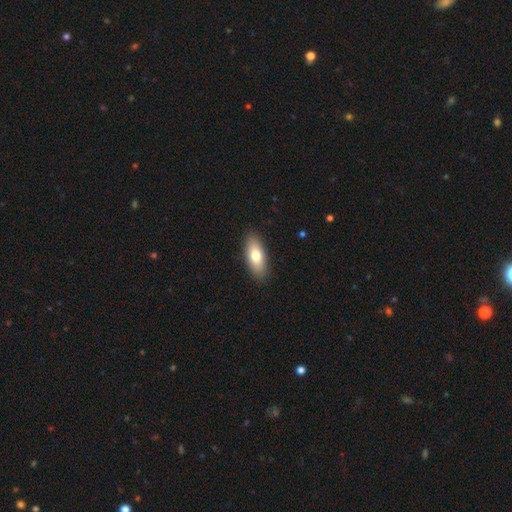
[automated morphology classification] smooth-or-featured: smooth: 74% | featured or disk: 20% | star or artifact: 6%
  how-rounded: in between: 79% | cigar-shaped: 18% | round: 3%
  merging: none: 89% | minor disturbance: 8% | major disturbance: 2% | merger: 1%